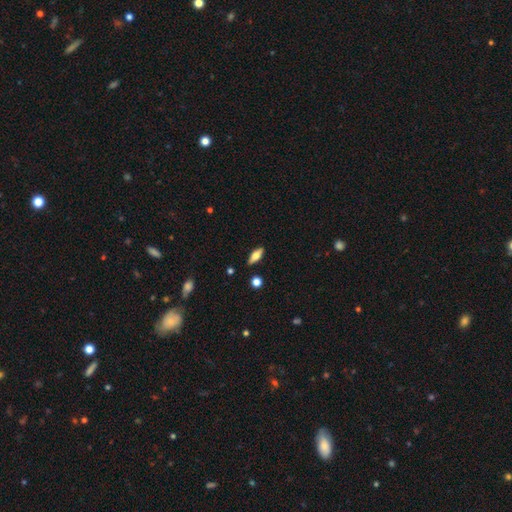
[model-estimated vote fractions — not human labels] Morphology: type=smooth (59%); roundness=in between (70%); merging=none (86%).